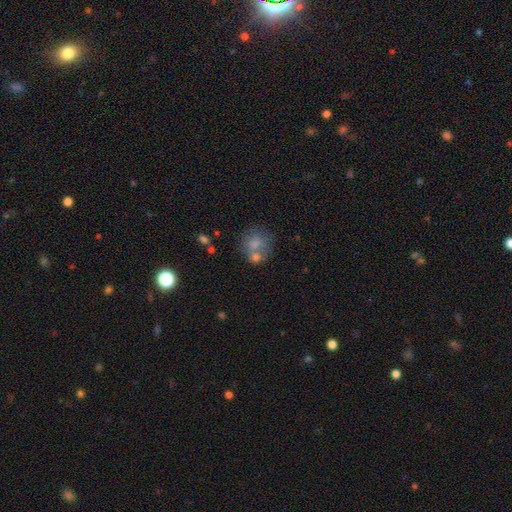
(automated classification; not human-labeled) Smooth or featured? Predicted: smooth (p=0.66). How rounded? Predicted: round (p=0.76). Merging? Predicted: none (p=0.46).